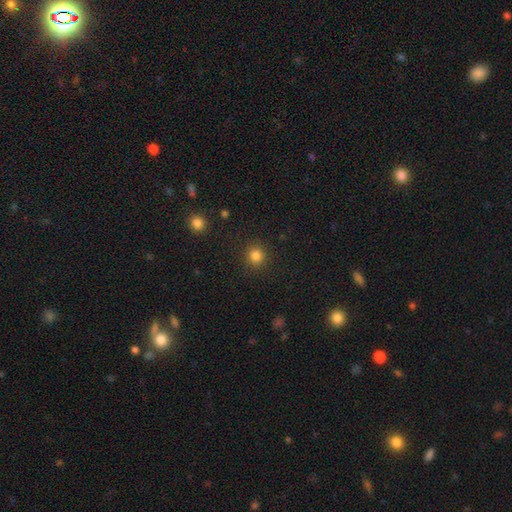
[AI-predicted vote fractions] smooth 83%, star or artifact 12%, featured or disk 4%. Down the decision tree: how rounded — round (92%); merging — none (90%).